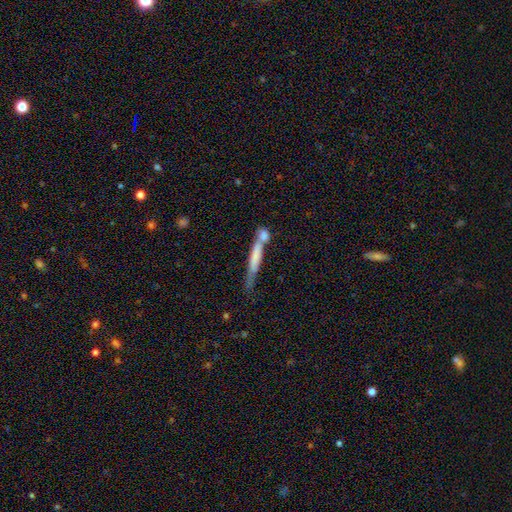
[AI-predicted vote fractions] The model was most divided on "merging": none: 42%, merger: 33%, minor disturbance: 16%, major disturbance: 8%. More confident: how rounded — cigar-shaped (92%); smooth or featured — smooth (57%).